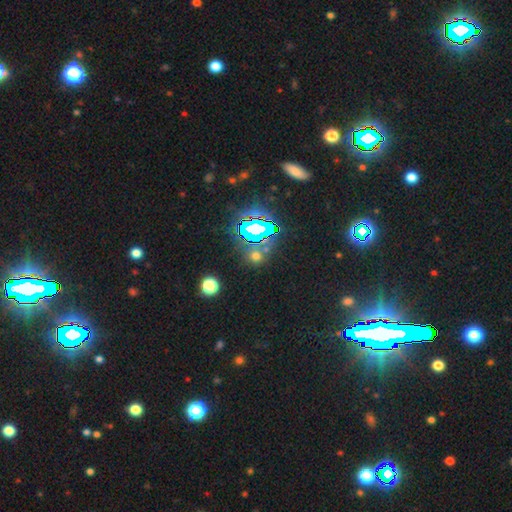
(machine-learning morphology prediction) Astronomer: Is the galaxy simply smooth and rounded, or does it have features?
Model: star or artifact — 50% (runner-up: smooth, 43%).